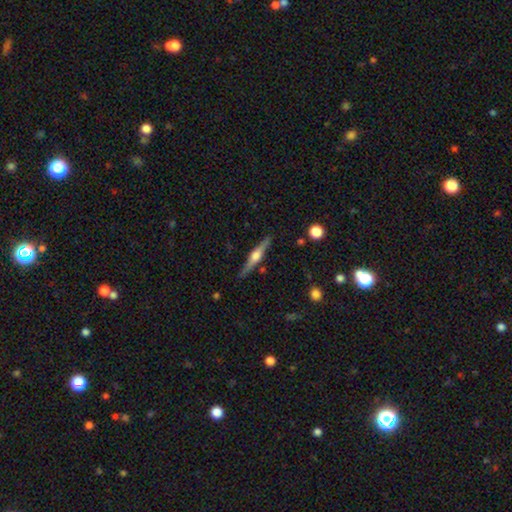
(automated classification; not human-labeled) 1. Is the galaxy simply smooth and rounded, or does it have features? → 75% featured or disk, 19% smooth, 6% star or artifact.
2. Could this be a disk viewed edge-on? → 98% yes, 2% no.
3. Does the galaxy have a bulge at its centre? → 90% rounded, 7% boxy, 3% none.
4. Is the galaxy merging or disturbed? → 88% none, 9% minor disturbance, 2% merger, 2% major disturbance.